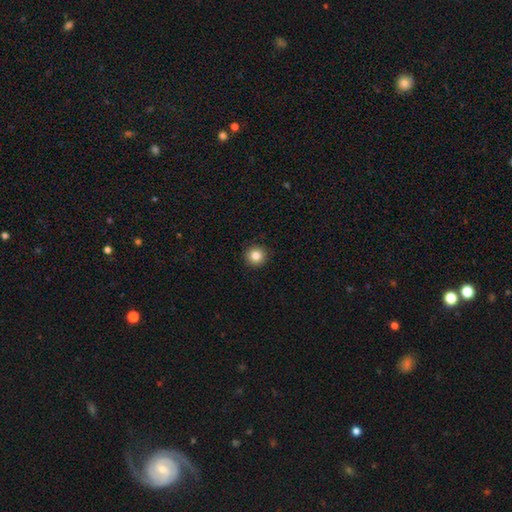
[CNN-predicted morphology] This is clearly a smooth galaxy (84%). How rounded: clearly round (95%). Merging: clearly none (93%).